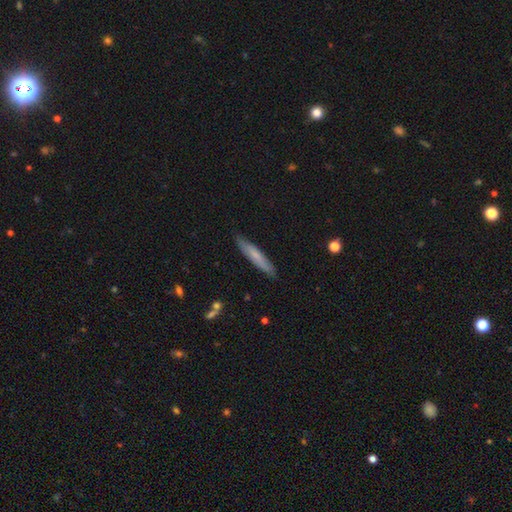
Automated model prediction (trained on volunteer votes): The model was most divided on "smooth or featured": smooth: 63%, featured or disk: 31%, star or artifact: 6%. More confident: how rounded — cigar-shaped (90%); merging — none (87%).